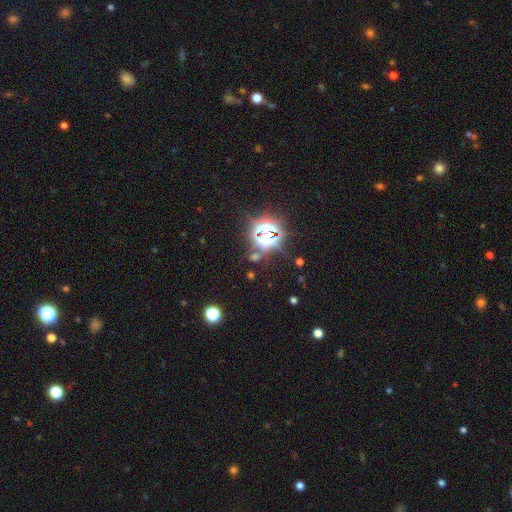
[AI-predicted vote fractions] star or artifact 79%, smooth 13%, featured or disk 8%.